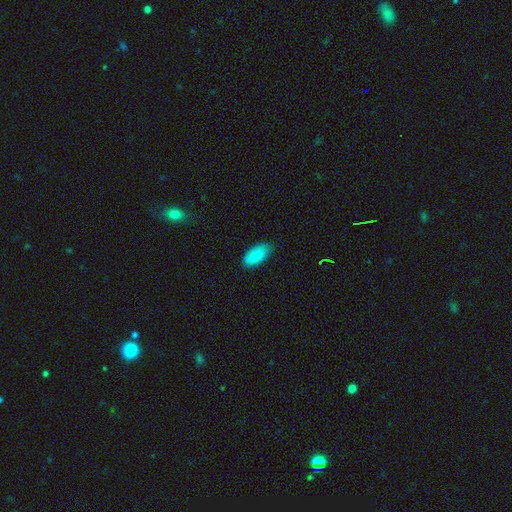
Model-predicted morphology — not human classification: Smooth or featured? Predicted: smooth (p=0.88). How rounded? Predicted: in between (p=0.93). Merging? Predicted: none (p=0.83).